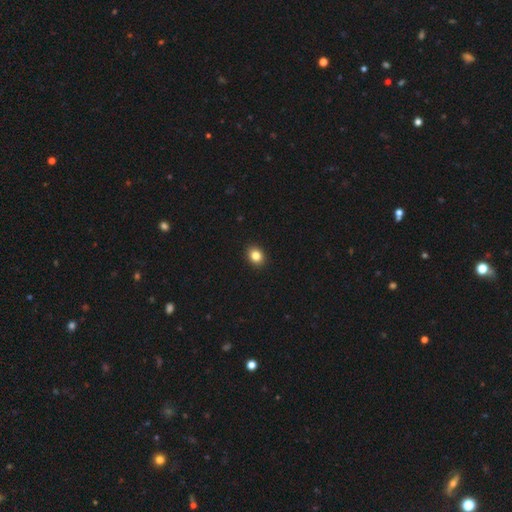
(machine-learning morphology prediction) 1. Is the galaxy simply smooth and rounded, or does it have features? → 84% smooth, 10% star or artifact, 6% featured or disk.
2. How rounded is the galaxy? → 55% round, 44% in between, 1% cigar-shaped.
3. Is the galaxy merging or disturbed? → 92% none, 5% minor disturbance, 1% major disturbance, 1% merger.